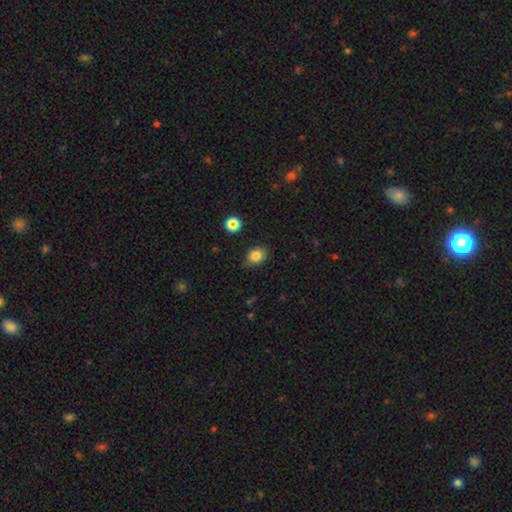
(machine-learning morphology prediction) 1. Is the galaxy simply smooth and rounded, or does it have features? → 84% smooth, 10% star or artifact, 7% featured or disk.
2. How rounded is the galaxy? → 65% in between, 33% round, 1% cigar-shaped.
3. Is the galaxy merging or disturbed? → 82% none, 14% minor disturbance, 3% major disturbance, 2% merger.